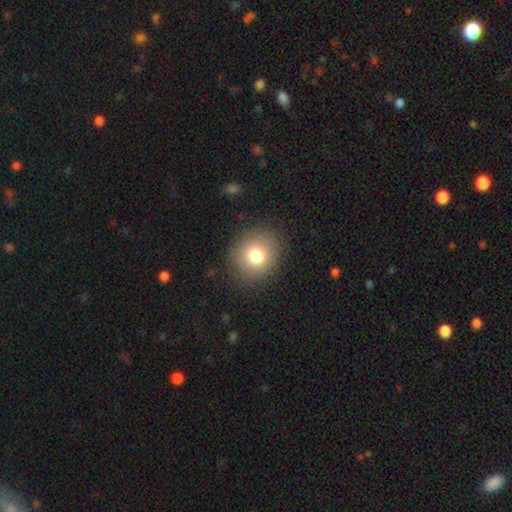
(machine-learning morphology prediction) Smooth or featured? Predicted: smooth (p=0.78). How rounded? Predicted: round (p=0.86). Merging? Predicted: none (p=0.88).